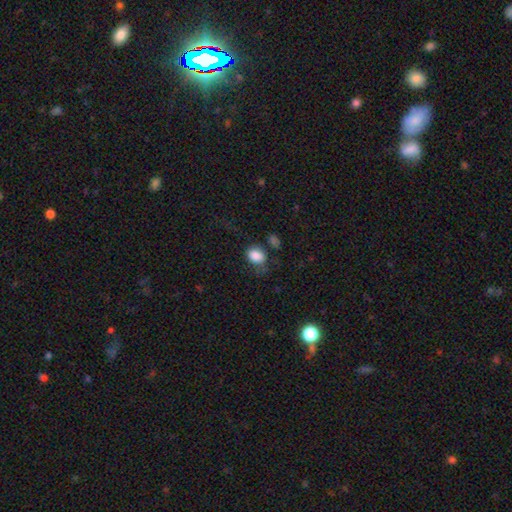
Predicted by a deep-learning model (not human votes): smooth-or-featured: smooth: 84% | star or artifact: 9% | featured or disk: 7%
  how-rounded: in between: 58% | round: 41% | cigar-shaped: 1%
  merging: none: 53% | minor disturbance: 25% | major disturbance: 15% | merger: 7%